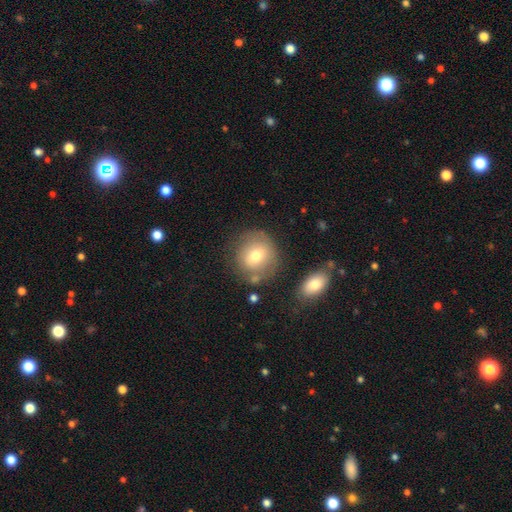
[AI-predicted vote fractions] Q: Smooth or featured?
A: smooth (69%); runner-up: featured or disk (23%)
Q: How rounded?
A: round (81%); runner-up: in between (18%)
Q: Merging?
A: none (69%); runner-up: minor disturbance (17%)